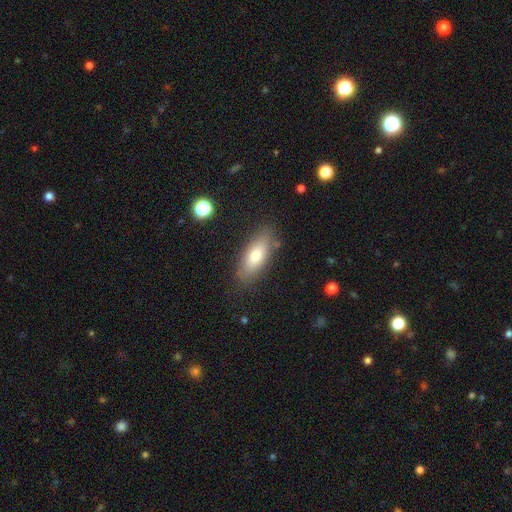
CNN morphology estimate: This appears to be a smooth galaxy with no disk features (75%) that is in between round and cigar-shaped (73%). Merging: none (82%).